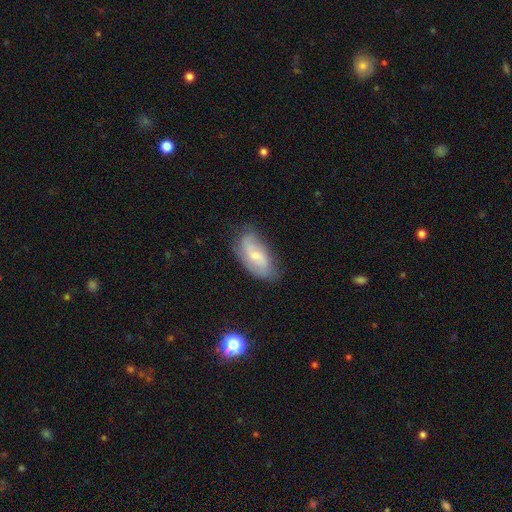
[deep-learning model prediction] smooth-or-featured: featured or disk: 51% | smooth: 41% | star or artifact: 8%
  disk-edge-on: no: 92% | yes: 8%
  merging: none: 63% | minor disturbance: 27% | major disturbance: 8% | merger: 2%